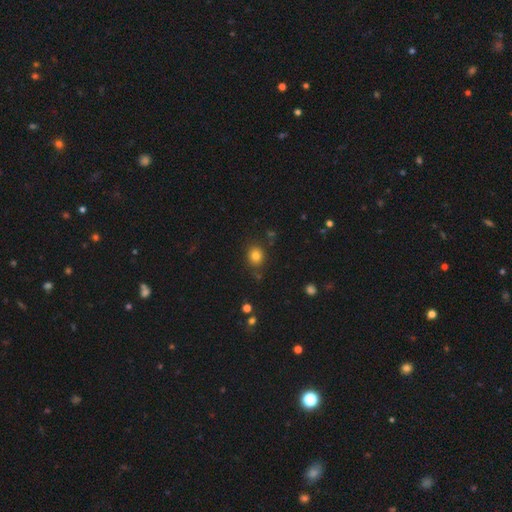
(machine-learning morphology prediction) smooth-or-featured: smooth: 80% | star or artifact: 13% | featured or disk: 7%
  how-rounded: round: 72% | in between: 27% | cigar-shaped: 1%
  merging: none: 81% | minor disturbance: 12% | merger: 4% | major disturbance: 3%